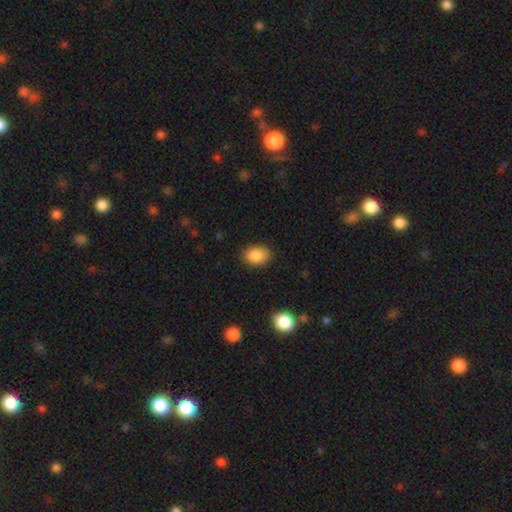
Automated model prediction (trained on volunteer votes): Morphology: type=smooth (87%); roundness=in between (73%); merging=none (85%).